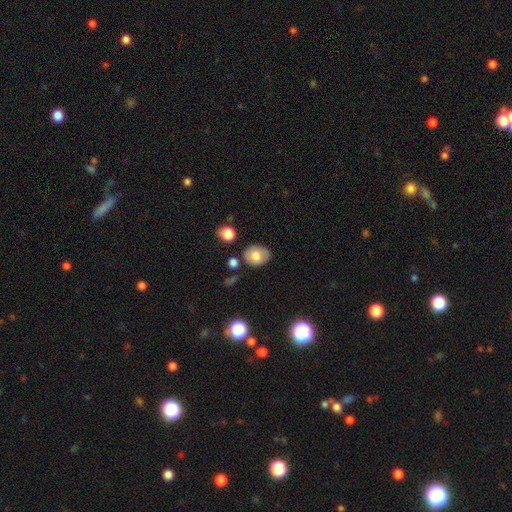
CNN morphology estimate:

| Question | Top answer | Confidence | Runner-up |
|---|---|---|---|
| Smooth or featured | smooth | 73% | featured or disk (19%) |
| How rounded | in between | 58% | round (41%) |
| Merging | none | 74% | minor disturbance (17%) |